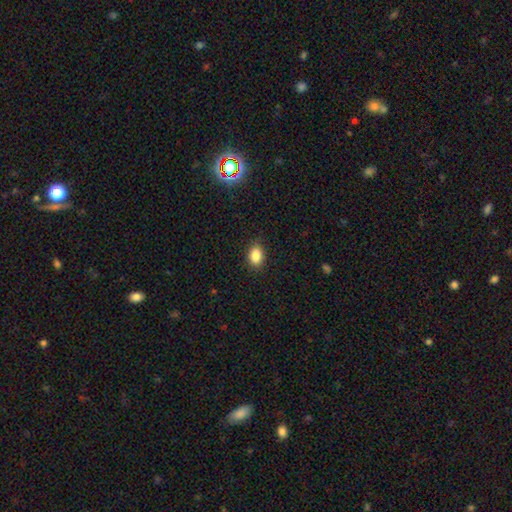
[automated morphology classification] This is clearly a smooth galaxy (86%). How rounded: likely in between (76%). Merging: clearly none (84%).